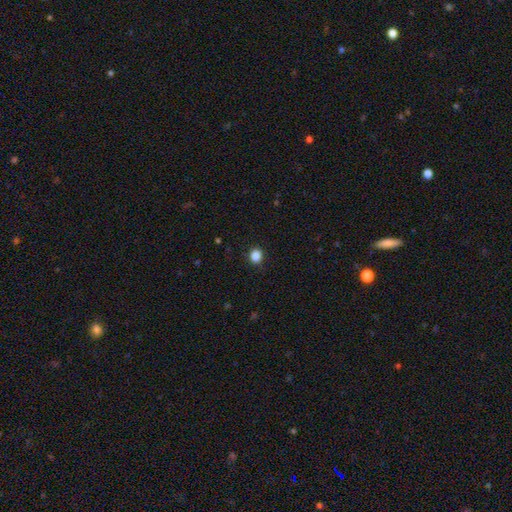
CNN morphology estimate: type=smooth (86%); roundness=round (74%); merging=none (89%).